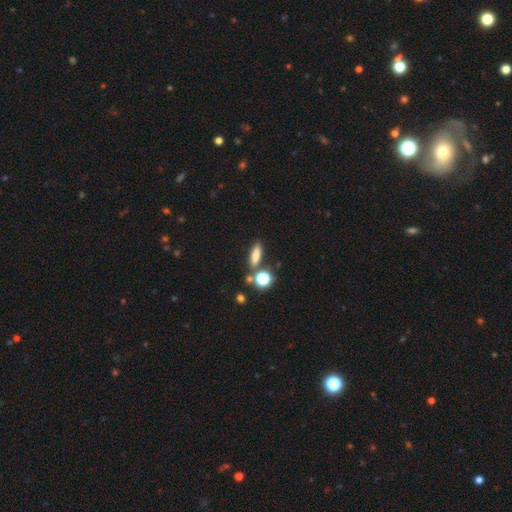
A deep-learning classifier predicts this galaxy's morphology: Smooth or featured: smooth — 77% (star or artifact — 12%)
How rounded: in between — 45% (cigar-shaped — 43%)
Merging: none — 71% (merger — 13%)